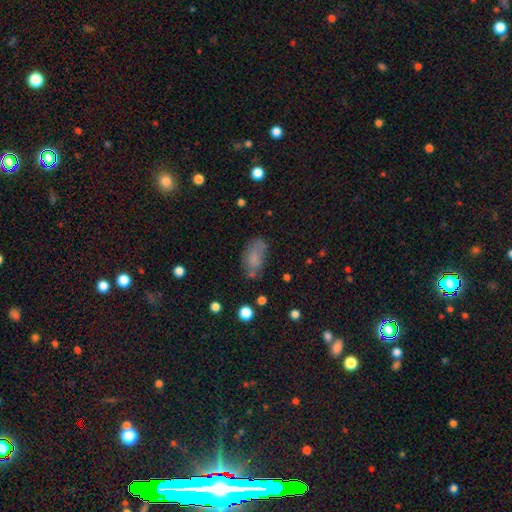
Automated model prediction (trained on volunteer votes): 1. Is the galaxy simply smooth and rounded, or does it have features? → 69% smooth, 18% featured or disk, 13% star or artifact.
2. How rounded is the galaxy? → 89% in between, 7% round, 4% cigar-shaped.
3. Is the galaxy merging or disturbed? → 54% none, 26% minor disturbance, 13% major disturbance, 6% merger.